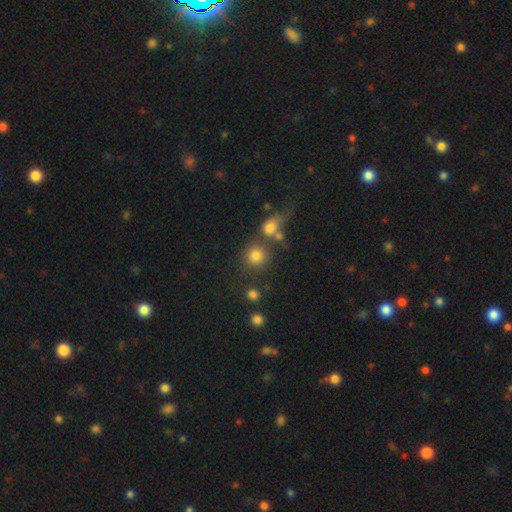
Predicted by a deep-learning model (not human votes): This is likely a smooth galaxy (78%). How rounded: clearly round (88%). Merging: likely none (61%).